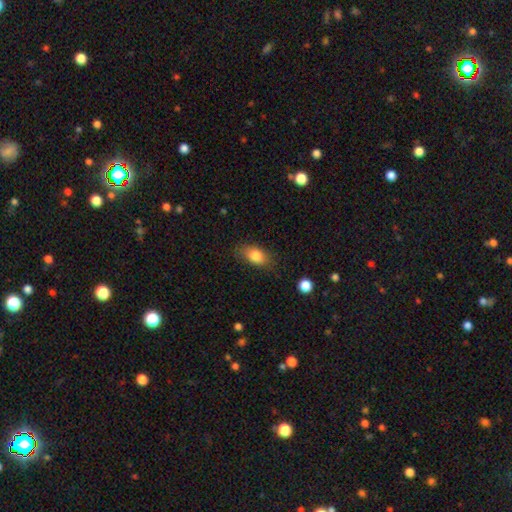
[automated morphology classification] A smooth galaxy with no disk features (82%) that is in between round and cigar-shaped (85%).

Vote fractions:
- Smooth or featured? smooth: 82% / featured or disk: 10% / star or artifact: 8%
- How rounded? in between: 85% / round: 11% / cigar-shaped: 4%
- Merging? none: 78% / minor disturbance: 16% / major disturbance: 4% / merger: 1%